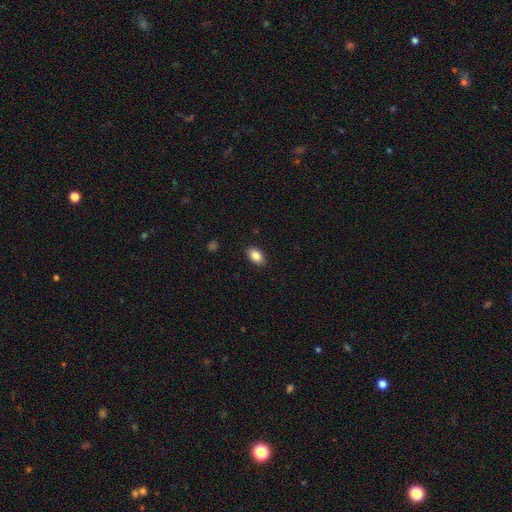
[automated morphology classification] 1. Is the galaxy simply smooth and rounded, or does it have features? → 87% smooth, 8% star or artifact, 5% featured or disk.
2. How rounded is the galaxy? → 90% in between, 8% round, 2% cigar-shaped.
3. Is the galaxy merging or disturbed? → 89% none, 8% minor disturbance, 2% major disturbance, 1% merger.